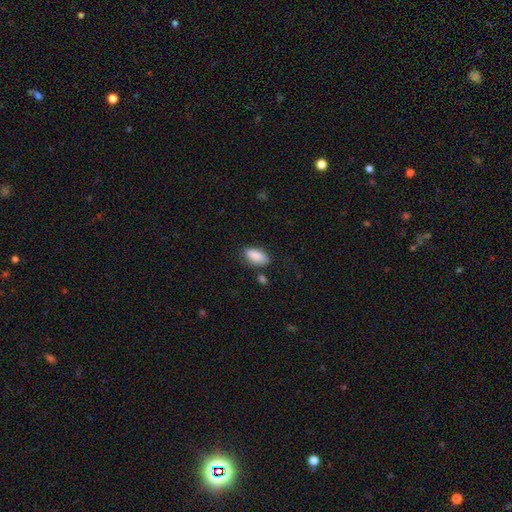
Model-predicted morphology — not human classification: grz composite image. It shows a smooth galaxy with no disk features (87%) that is in between round and cigar-shaped (88%). Merging: none (72%).